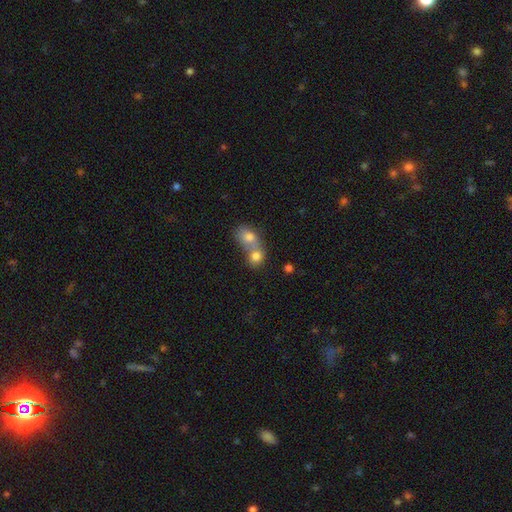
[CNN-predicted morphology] smooth_or_featured: smooth (p=0.77) [alt: featured or disk p=0.13]
how_rounded: round (p=0.61) [alt: in between p=0.38]
merging: merger (p=0.72) [alt: none p=0.21]